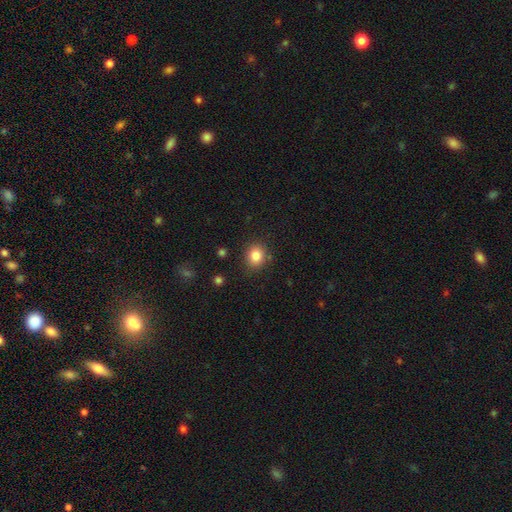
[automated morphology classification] smooth-or-featured: smooth: 83% | star or artifact: 11% | featured or disk: 6%
  how-rounded: round: 74% | in between: 25% | cigar-shaped: 1%
  merging: none: 85% | minor disturbance: 10% | major disturbance: 3% | merger: 2%